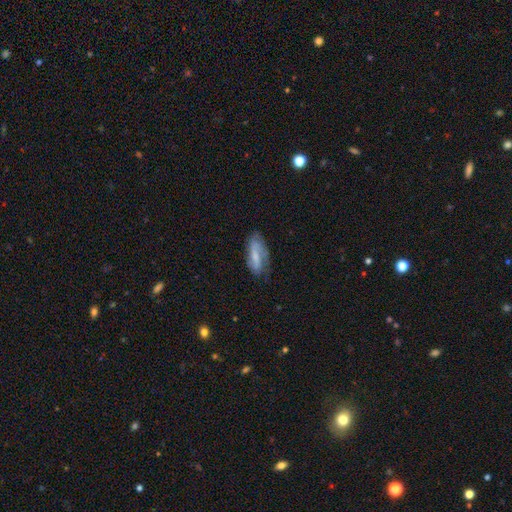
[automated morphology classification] A featured or disk galaxy (51%). Merging: none (60%).